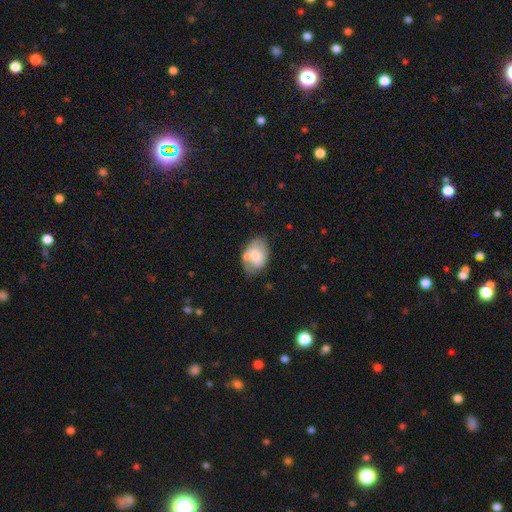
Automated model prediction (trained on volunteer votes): A smooth galaxy with no disk features (64%) that is in between round and cigar-shaped (84%).

Vote fractions:
- Smooth or featured? smooth: 64% / featured or disk: 29% / star or artifact: 7%
- How rounded? in between: 84% / round: 15% / cigar-shaped: 1%
- Merging? none: 49% / minor disturbance: 25% / merger: 17% / major disturbance: 8%